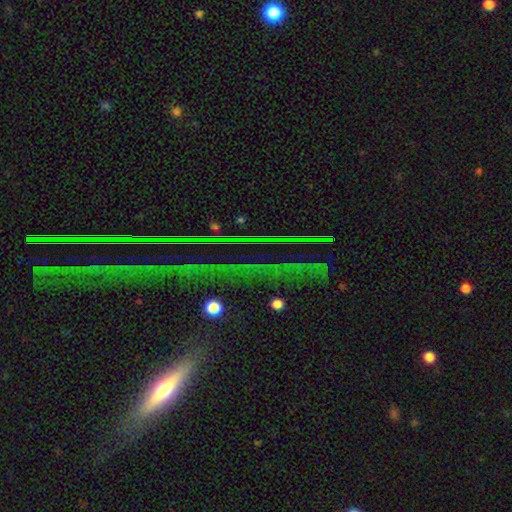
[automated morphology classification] Q: Smooth or featured?
A: star or artifact (78%); runner-up: featured or disk (11%)